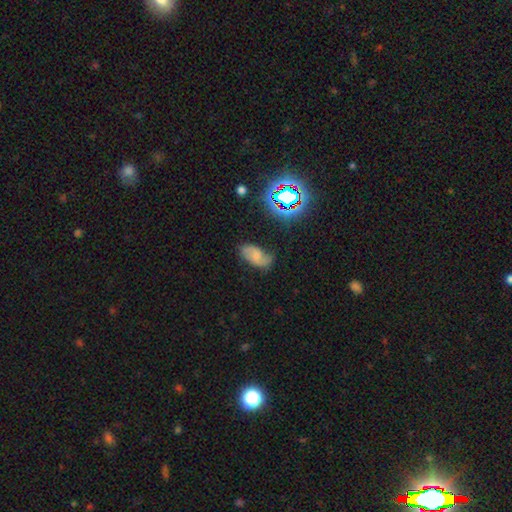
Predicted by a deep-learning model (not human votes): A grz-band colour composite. It shows a featured or disk galaxy (47%). Merging: none (58%).